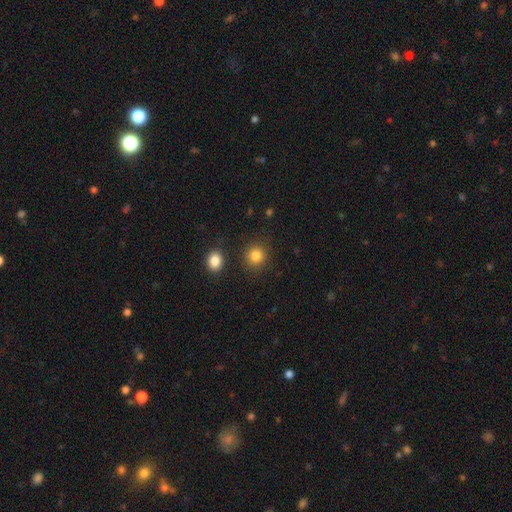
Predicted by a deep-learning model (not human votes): This appears to be a smooth galaxy with no disk features (85%) that is round (87%). Merging: none (85%).